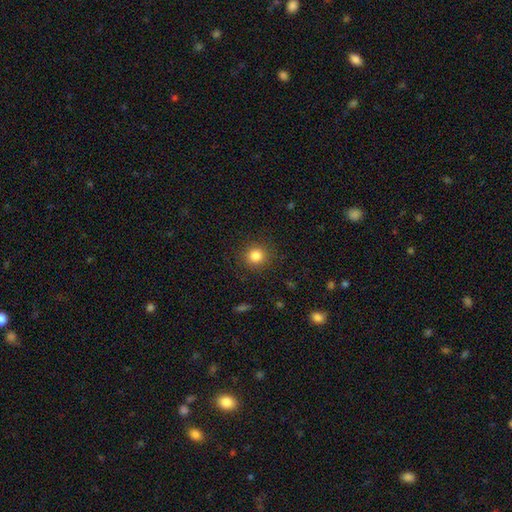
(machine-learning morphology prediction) This appears to be a smooth galaxy with no disk features (83%) that is round (89%). Merging: none (89%).